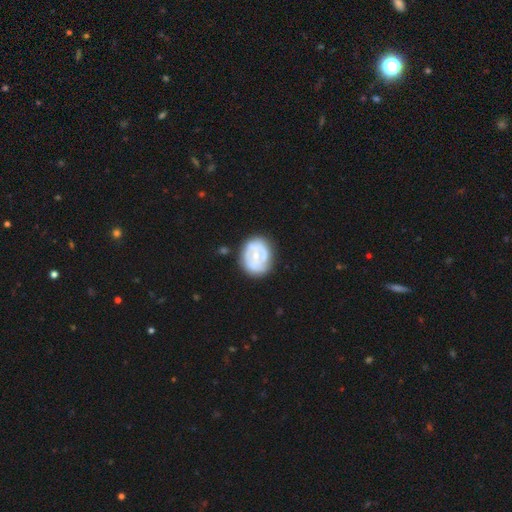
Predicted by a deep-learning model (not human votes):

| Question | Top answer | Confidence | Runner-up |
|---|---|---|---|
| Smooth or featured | featured or disk | 61% | smooth (34%) |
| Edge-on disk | no | 97% | yes (3%) |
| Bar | no | 72% | weak (23%) |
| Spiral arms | no | 50% | tied: yes (50%) |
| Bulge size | small | 52% | moderate (42%) |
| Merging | none | 69% | minor disturbance (21%) |